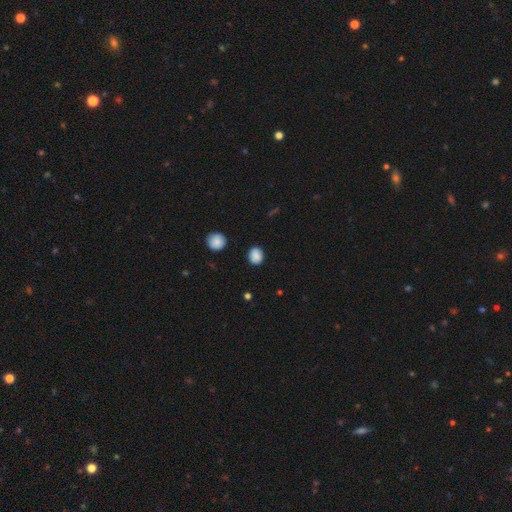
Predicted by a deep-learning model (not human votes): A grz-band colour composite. It shows a smooth galaxy with no disk features (86%) that is round (67%). Merging: none (86%).